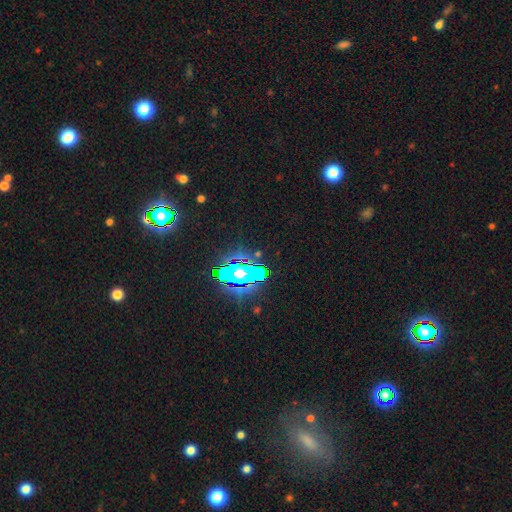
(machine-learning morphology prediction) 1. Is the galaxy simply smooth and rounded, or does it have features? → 63% star or artifact, 20% smooth, 18% featured or disk.